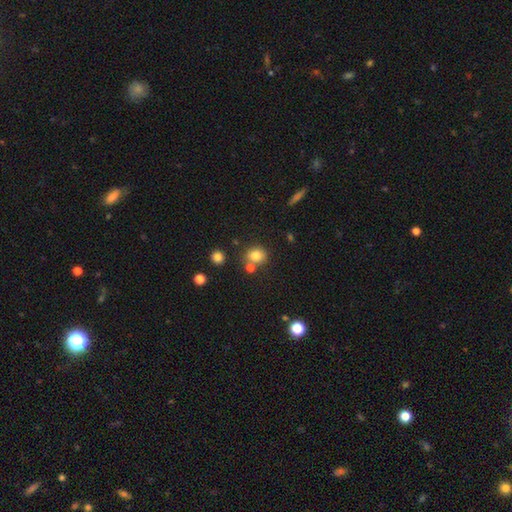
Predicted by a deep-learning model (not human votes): Smooth or featured? Predicted: smooth (p=0.79). How rounded? Predicted: round (p=0.72). Merging? Predicted: none (p=0.68).